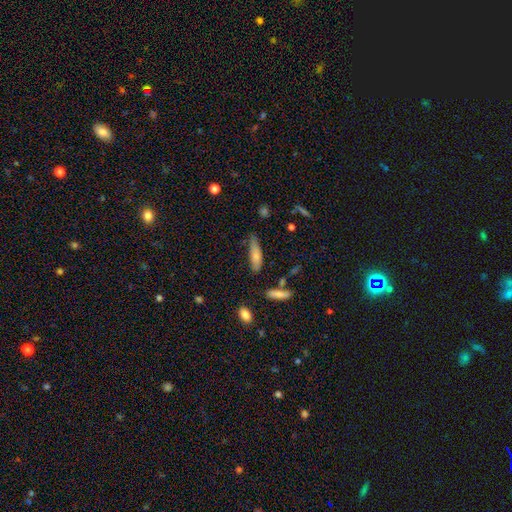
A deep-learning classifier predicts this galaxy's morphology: This appears to be a smooth galaxy with no disk features (76%) that is cigar-shaped (59%). Merging: none (54%).